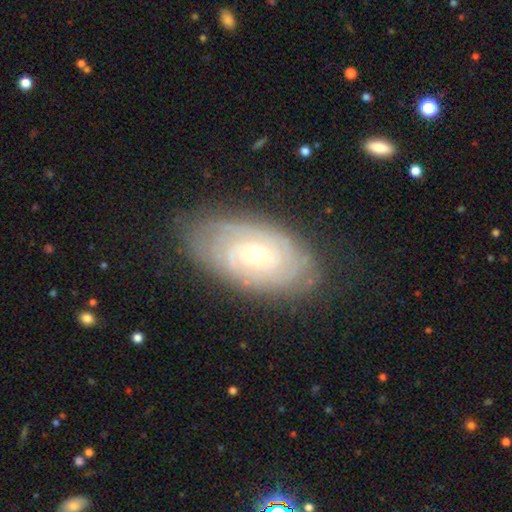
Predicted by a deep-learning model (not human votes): Morphology: type=featured or disk (80%); edge-on=no (94%); bar=no (74%); spiral arms=yes (92%); winding=tight (81%); arm count=can't tell (46%); bulge=small (60%); merging=none (79%).